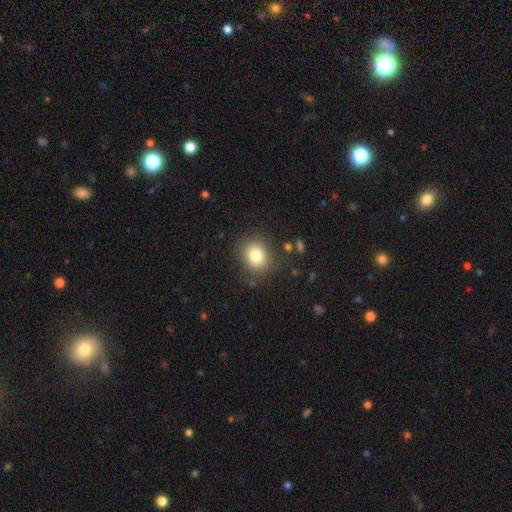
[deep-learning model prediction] The model was most divided on "how rounded": round: 69%, in between: 30%, cigar-shaped: 1%. More confident: merging — none (84%); smooth or featured — smooth (81%).